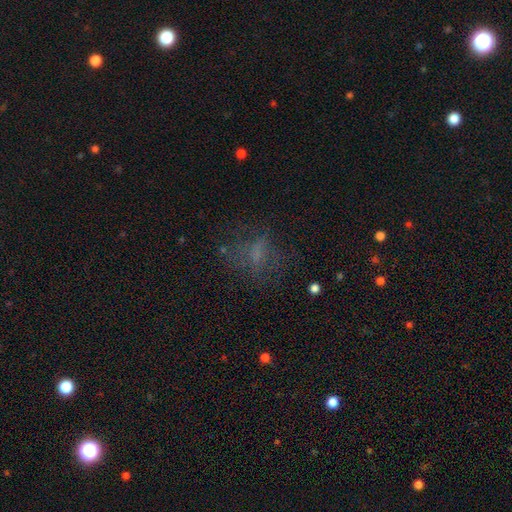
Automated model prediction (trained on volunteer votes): This appears to be a smooth galaxy with no disk features (44%). Merging: none (57%).